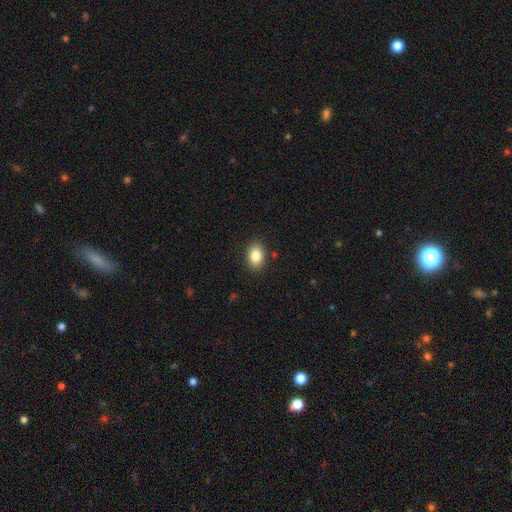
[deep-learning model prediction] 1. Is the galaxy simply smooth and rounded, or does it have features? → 84% smooth, 9% star or artifact, 7% featured or disk.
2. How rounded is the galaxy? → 77% in between, 22% round, 1% cigar-shaped.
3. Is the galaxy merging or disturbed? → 88% none, 9% minor disturbance, 2% major disturbance, 1% merger.